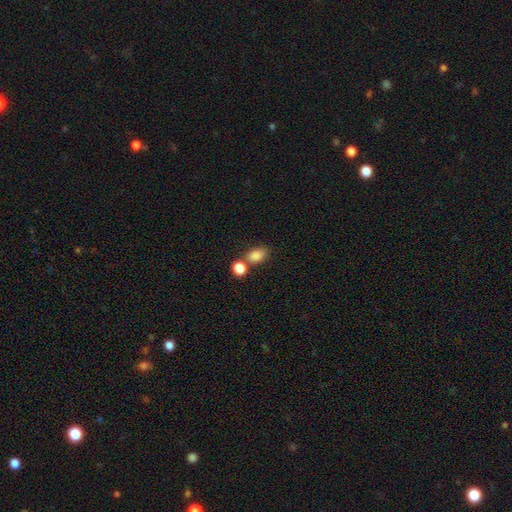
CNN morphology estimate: Overall: smooth (85%). How rounded: in between (76%). Merging: none (56%; merger 27%).